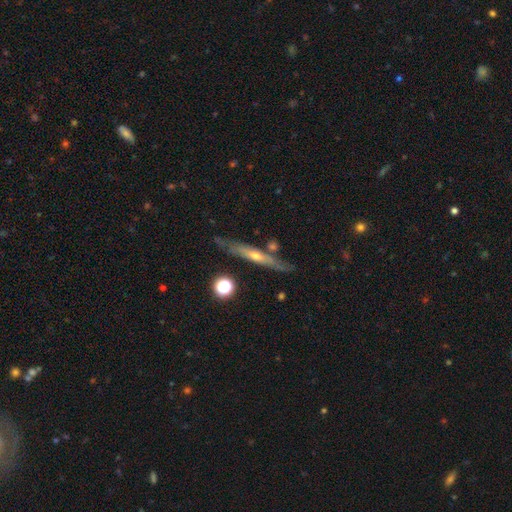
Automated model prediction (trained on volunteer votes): This is likely a featured or disk galaxy (65%). It is clearly viewed edge-on (87%). Edge-on bulge: likely rounded (69%). Merging: likely none (74%).